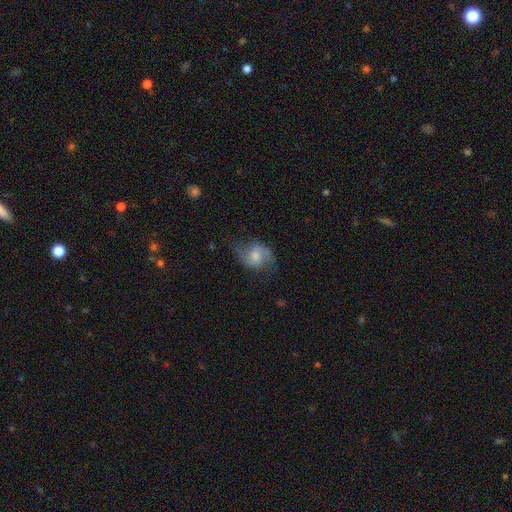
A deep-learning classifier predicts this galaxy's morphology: Q: Smooth or featured?
A: featured or disk (64%); runner-up: smooth (29%)
Q: Edge-on disk?
A: no (97%); runner-up: yes (3%)
Q: Bar?
A: no (57%); runner-up: weak (37%)
Q: Spiral arms?
A: yes (91%); runner-up: no (9%)
Q: Spiral winding?
A: loose (48%); runner-up: medium (41%)
Q: Spiral arm count?
A: 2 (89%); runner-up: can't tell (5%)
Q: Bulge size?
A: moderate (54%); runner-up: small (24%)
Q: Merging?
A: none (65%); runner-up: minor disturbance (23%)